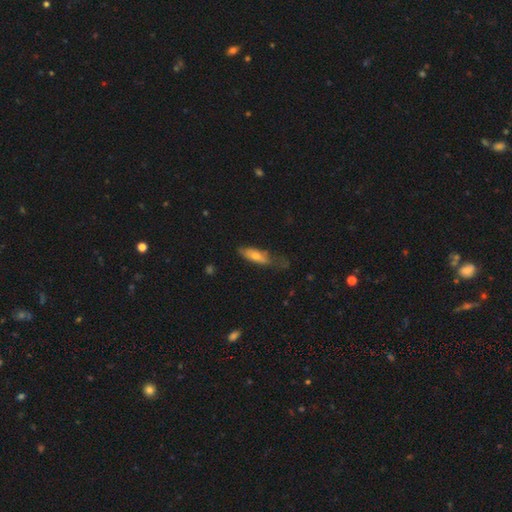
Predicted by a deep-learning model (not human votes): smooth_or_featured: smooth (p=0.59) [alt: featured or disk p=0.34]
how_rounded: in between (p=0.50) [alt: cigar-shaped p=0.48]
merging: none (p=0.48) [alt: minor disturbance p=0.33]